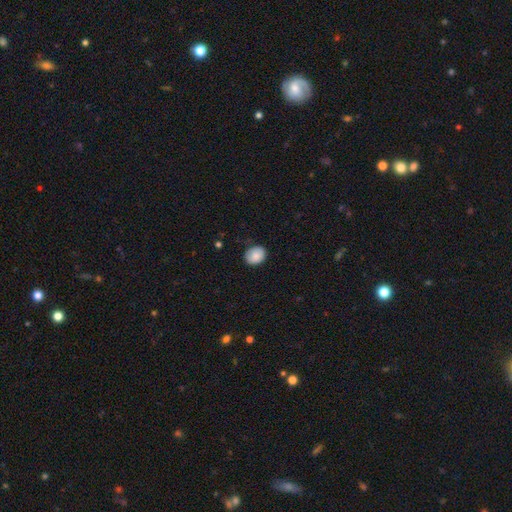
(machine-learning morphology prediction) Smooth or featured? smooth (85%)
How rounded? round (55%)
Merging? none (78%)